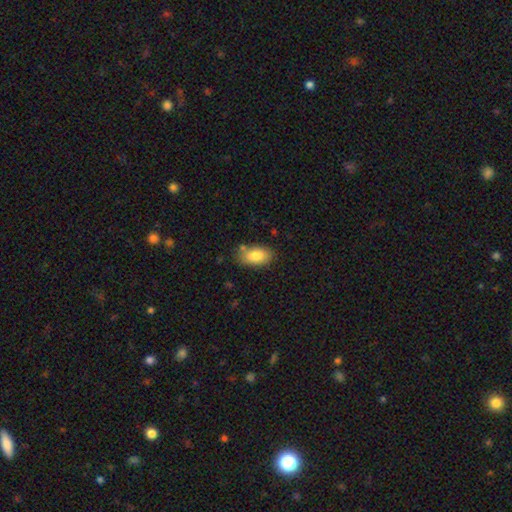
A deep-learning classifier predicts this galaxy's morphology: Q: Smooth or featured?
A: smooth (83%); runner-up: featured or disk (10%)
Q: How rounded?
A: in between (92%); runner-up: round (5%)
Q: Merging?
A: none (75%); runner-up: minor disturbance (16%)